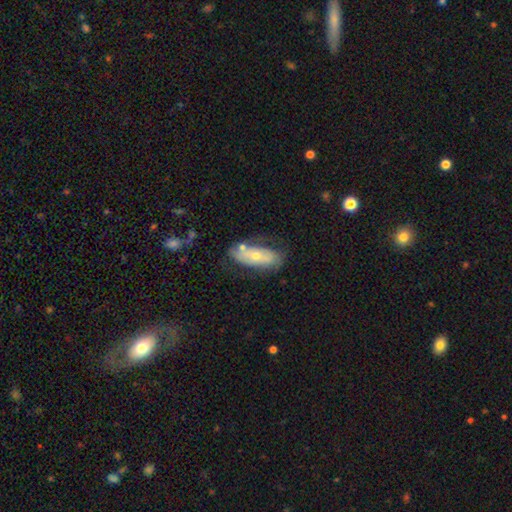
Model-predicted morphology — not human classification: type=smooth (47%); merging=none (61%).